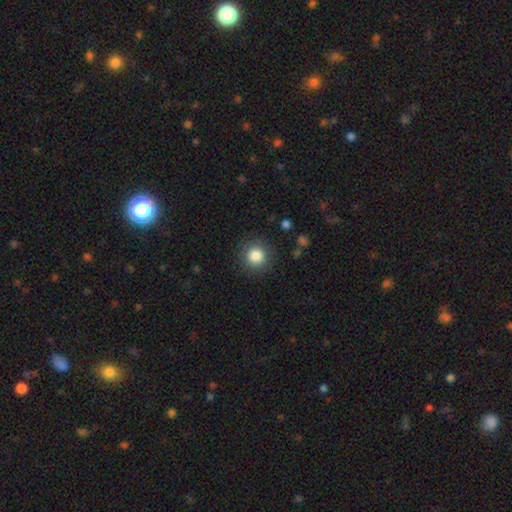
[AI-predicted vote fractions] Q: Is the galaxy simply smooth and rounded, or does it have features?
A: smooth — 84%.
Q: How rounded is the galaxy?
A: round — 95%.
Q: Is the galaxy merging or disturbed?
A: none — 89%.